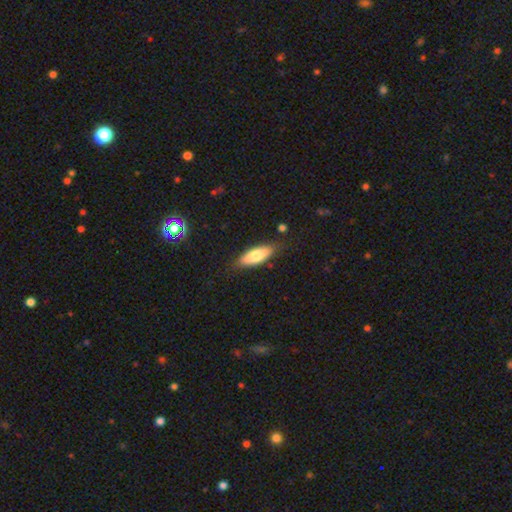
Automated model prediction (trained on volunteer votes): The model was most divided on "how rounded": in between: 66%, cigar-shaped: 32%, round: 2%. More confident: merging — none (82%); smooth or featured — smooth (73%).